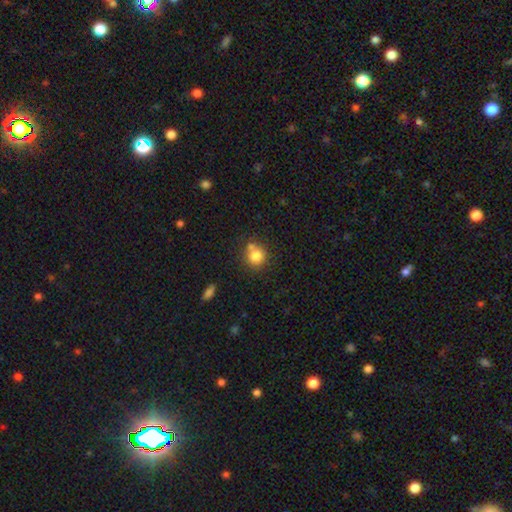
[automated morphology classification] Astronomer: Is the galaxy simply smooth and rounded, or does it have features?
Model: smooth — 80%.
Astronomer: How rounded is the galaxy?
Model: round — 88%.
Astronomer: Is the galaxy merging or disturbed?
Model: none — 61%.